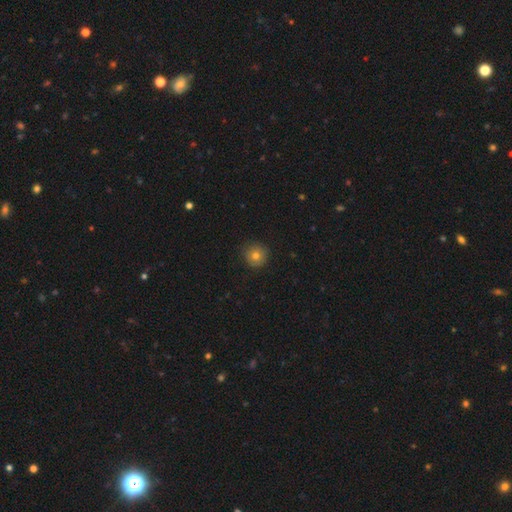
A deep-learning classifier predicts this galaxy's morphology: type=smooth (78%); roundness=round (95%); merging=none (88%).